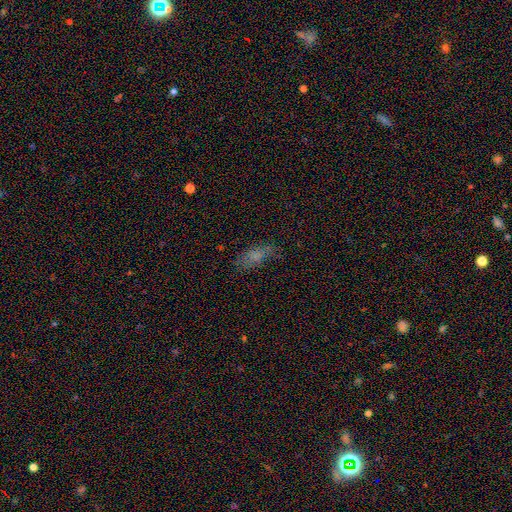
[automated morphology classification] smooth 66%, star or artifact 17%, featured or disk 17%. Down the decision tree: how rounded — in between (76%); merging — none (60%).